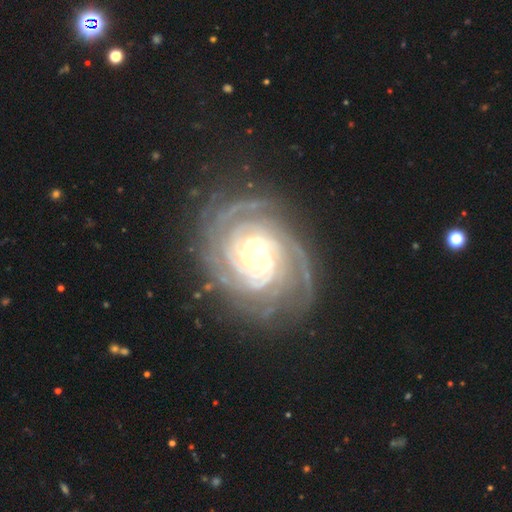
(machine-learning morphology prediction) smooth-or-featured: featured or disk: 92% | star or artifact: 5% | smooth: 3%
  disk-edge-on: no: 97% | yes: 3%
    bar: no: 68% | weak: 21% | strong: 11%
    has-spiral-arms: yes: 98% | no: 2%
      spiral-winding: tight: 84% | medium: 14% | loose: 2%
      spiral-arm-count: more than 4: 23% | 4: 21% | can't tell: 18% | 3: 17% | 2: 13% | 1: 8%
    bulge-size: small: 48% | moderate: 46% | large: 4% | none: 1% | dominant: 1%
  merging: none: 76% | minor disturbance: 16% | major disturbance: 7% | merger: 1%